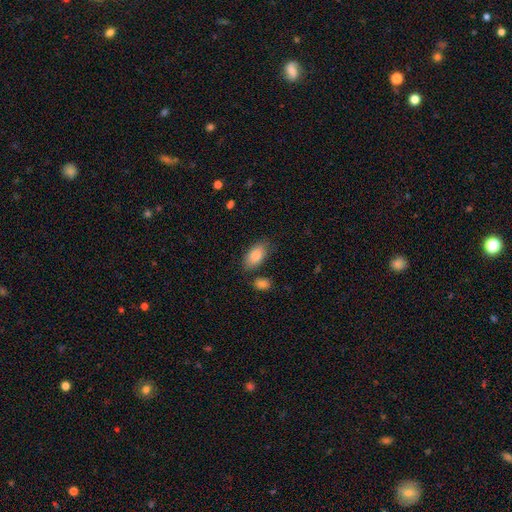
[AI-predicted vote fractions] Smooth or featured?
  - smooth: 86% *
  - featured or disk: 7%
  - star or artifact: 6%
How rounded?
  - in between: 93% *
  - round: 4%
  - cigar-shaped: 3%
Merging?
  - none: 71% *
  - minor disturbance: 17%
  - merger: 7%
  - major disturbance: 5%